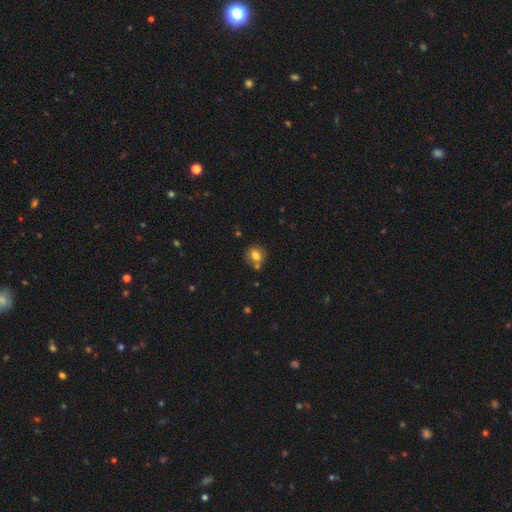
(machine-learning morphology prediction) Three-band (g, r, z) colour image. It shows a smooth galaxy with no disk features (78%) that is round (72%). Merging: none (64%).